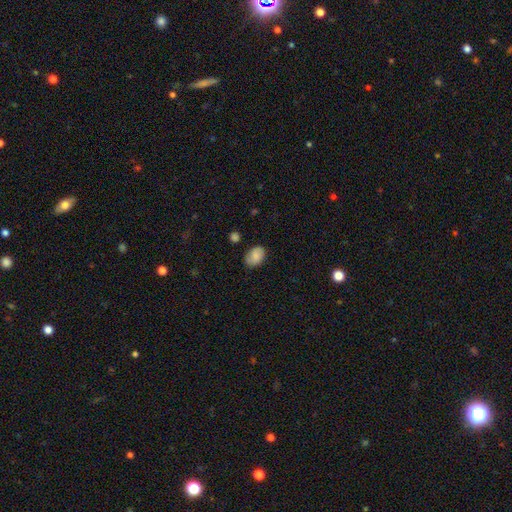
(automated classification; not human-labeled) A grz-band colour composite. It shows a smooth galaxy with no disk features (75%) that is in between round and cigar-shaped (79%). Merging: none (74%).